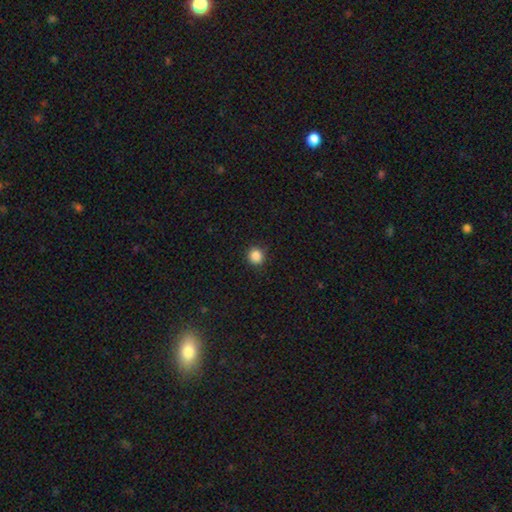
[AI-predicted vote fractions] Overall: smooth (87%). How rounded: round (92%). Merging: none (90%).